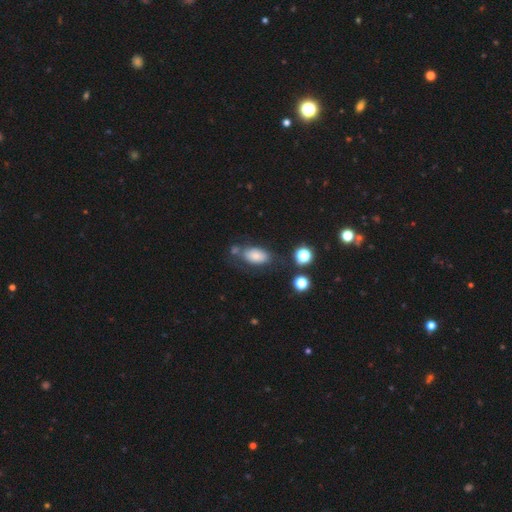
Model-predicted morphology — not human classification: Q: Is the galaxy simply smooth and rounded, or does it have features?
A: smooth — 76%.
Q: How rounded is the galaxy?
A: in between — 91%.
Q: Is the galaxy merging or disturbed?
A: none — 56%.